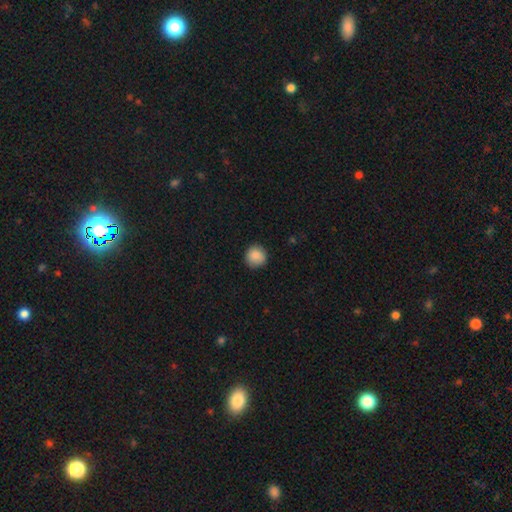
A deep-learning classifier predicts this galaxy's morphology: smooth_or_featured: smooth (p=0.88) [alt: star or artifact p=0.08]
how_rounded: round (p=0.93) [alt: in between p=0.06]
merging: none (p=0.88) [alt: minor disturbance p=0.08]